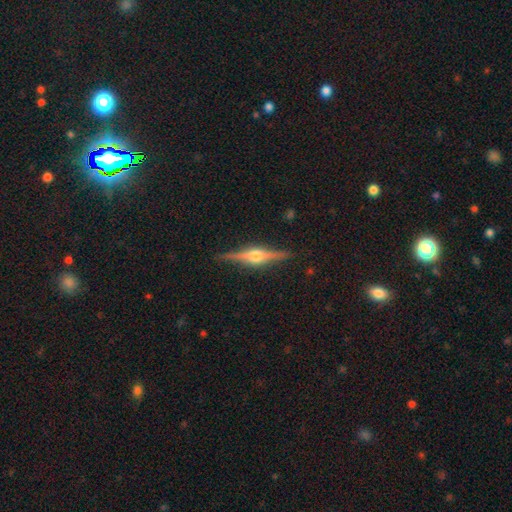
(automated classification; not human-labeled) Smooth or featured?
  - featured or disk: 82% *
  - smooth: 12%
  - star or artifact: 6%
Edge-on disk?
  - yes: 98% *
  - no: 2%
Edge-on bulge?
  - rounded: 93% *
  - boxy: 5%
  - none: 2%
Merging?
  - none: 90% *
  - minor disturbance: 7%
  - major disturbance: 2%
  - merger: 1%